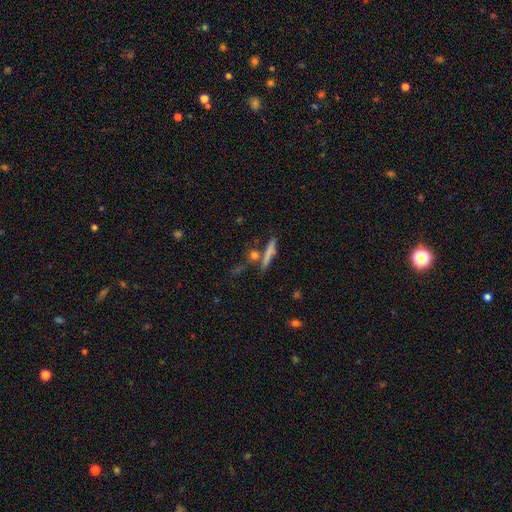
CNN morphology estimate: Q: Smooth or featured?
A: smooth (42%); tied with: featured or disk (42%)
Q: Merging?
A: none (73%); runner-up: merger (12%)